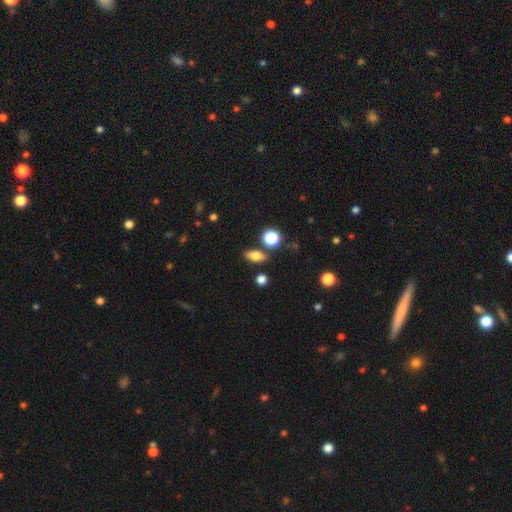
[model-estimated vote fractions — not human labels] The model was most divided on "smooth or featured": smooth: 70%, featured or disk: 18%, star or artifact: 12%. More confident: merging — none (82%); how rounded — in between (73%).